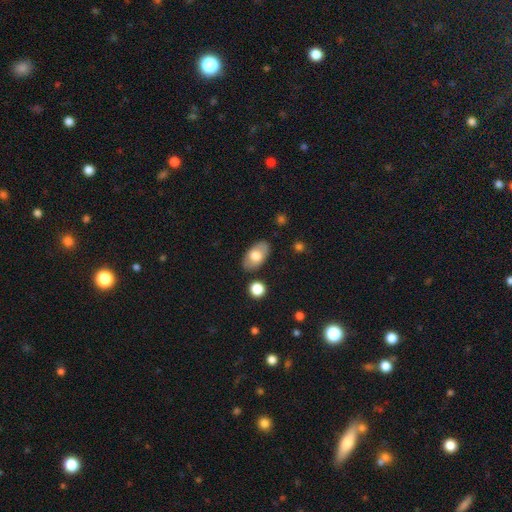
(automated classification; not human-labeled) Q: Smooth or featured?
A: smooth (71%); runner-up: featured or disk (22%)
Q: How rounded?
A: in between (93%); runner-up: round (5%)
Q: Merging?
A: none (83%); runner-up: minor disturbance (12%)